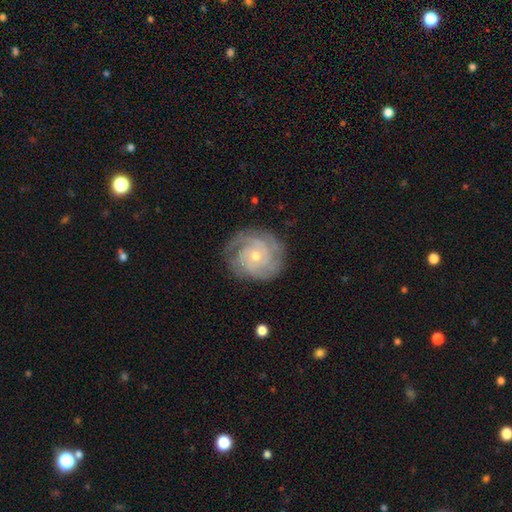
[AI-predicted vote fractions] Smooth or featured: featured or disk — 85% (smooth — 10%)
Edge-on disk: no — 97% (yes — 3%)
Bar: no — 79% (weak — 18%)
Spiral arms: yes — 96% (no — 4%)
Spiral winding: tight — 75% (medium — 21%)
Spiral arm count: 3 — 30% (can't tell — 25%)
Bulge size: small — 59% (moderate — 38%)
Merging: none — 81% (minor disturbance — 14%)